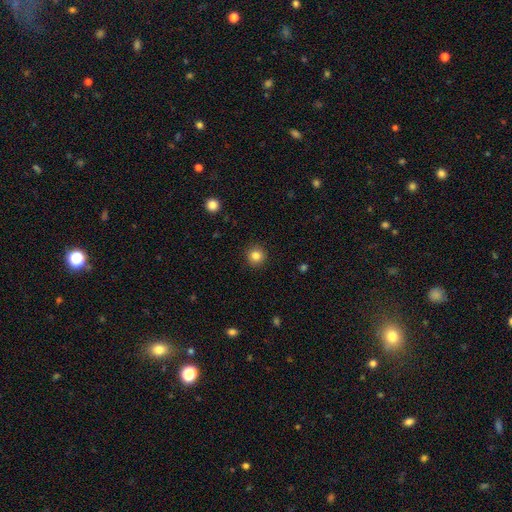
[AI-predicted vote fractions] smooth 83%, star or artifact 11%, featured or disk 5%. Down the decision tree: how rounded — round (94%); merging — none (91%).